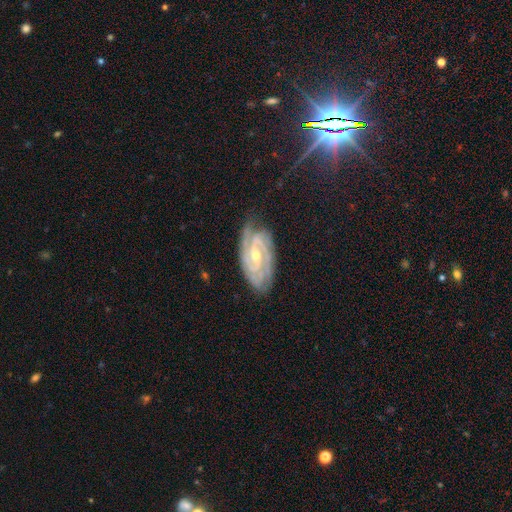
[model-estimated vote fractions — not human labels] Smooth or featured: featured or disk — 90% (star or artifact — 6%)
Edge-on disk: no — 96% (yes — 4%)
Bar: weak — 43% (no — 33%)
Spiral arms: yes — 98% (no — 2%)
Spiral winding: tight — 71% (medium — 25%)
Spiral arm count: 2 — 33% (3 — 31%)
Bulge size: small — 57% (moderate — 40%)
Merging: none — 75% (minor disturbance — 19%)